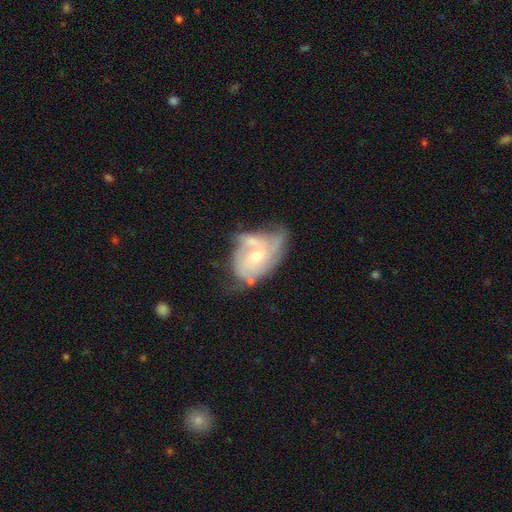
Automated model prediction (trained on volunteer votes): The model was most divided on "bulge size": small: 49%, moderate: 46%, large: 2%, none: 2%, dominant: 1%. Remaining: edge-on disk — no (96%); bar — no (76%); spiral arms — yes (75%); smooth or featured — featured or disk (71%); spiral winding — tight (49%); spiral arm count — can't tell (44%); merging — none (30%).